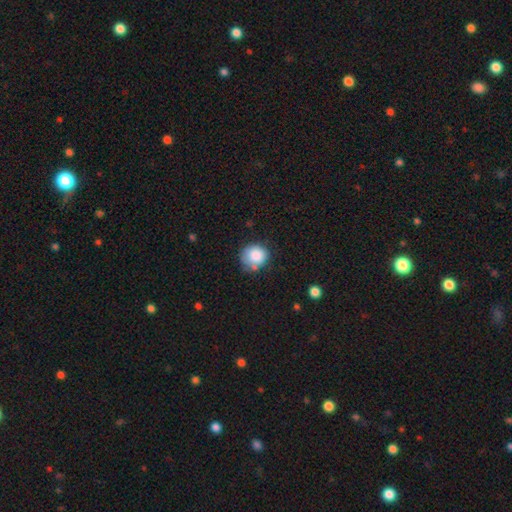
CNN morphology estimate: smooth-or-featured: smooth: 84% | star or artifact: 9% | featured or disk: 7%
  how-rounded: round: 82% | in between: 17% | cigar-shaped: 1%
  merging: none: 62% | minor disturbance: 25% | major disturbance: 7% | merger: 6%